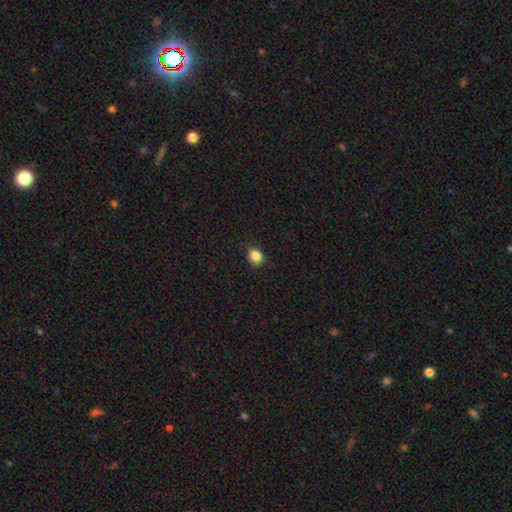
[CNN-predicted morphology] smooth_or_featured: smooth (p=0.85) [alt: star or artifact p=0.11]
how_rounded: round (p=0.63) [alt: in between p=0.36]
merging: none (p=0.79) [alt: minor disturbance p=0.17]